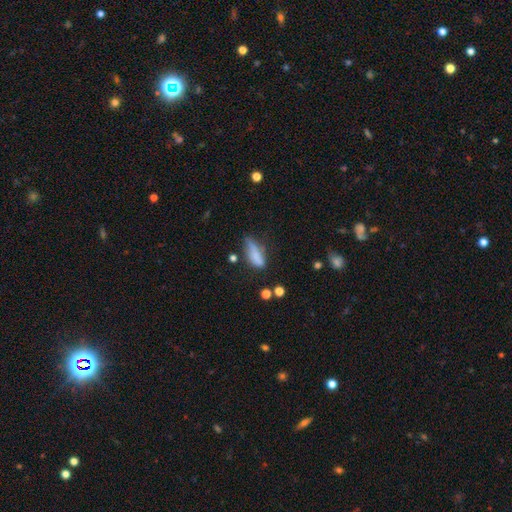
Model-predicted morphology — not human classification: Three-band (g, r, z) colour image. It shows a smooth galaxy with no disk features (72%) that is in between round and cigar-shaped (69%). Merging: none (36%, tied with minor disturbance).